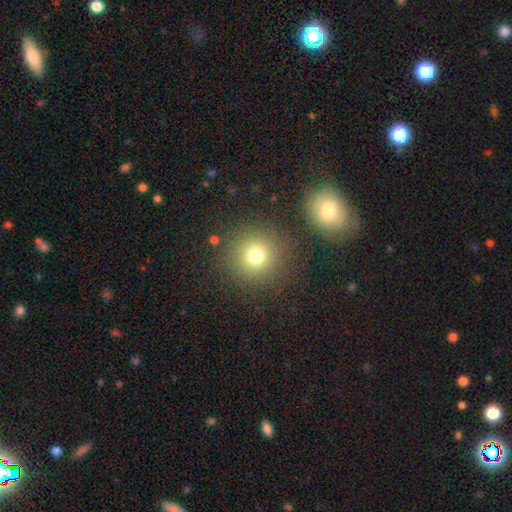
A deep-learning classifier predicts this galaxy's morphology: Q: Smooth or featured?
A: smooth (75%); runner-up: star or artifact (17%)
Q: How rounded?
A: round (94%); runner-up: in between (5%)
Q: Merging?
A: none (86%); runner-up: minor disturbance (7%)